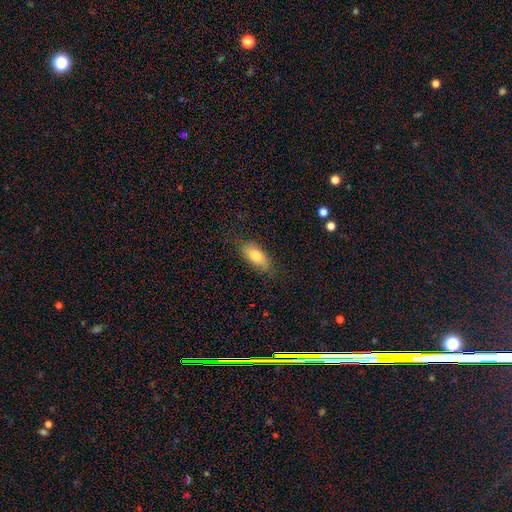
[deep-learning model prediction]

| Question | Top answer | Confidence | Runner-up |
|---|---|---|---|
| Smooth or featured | smooth | 81% | featured or disk (13%) |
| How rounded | in between | 87% | cigar-shaped (10%) |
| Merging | none | 77% | minor disturbance (18%) |